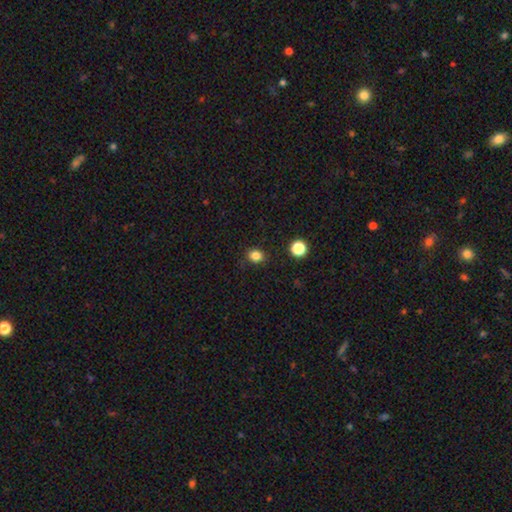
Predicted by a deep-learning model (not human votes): Smooth or featured?
  - smooth: 83% *
  - star or artifact: 13%
  - featured or disk: 4%
How rounded?
  - round: 71% *
  - in between: 28%
  - cigar-shaped: 1%
Merging?
  - none: 87% *
  - minor disturbance: 9%
  - major disturbance: 3%
  - merger: 2%